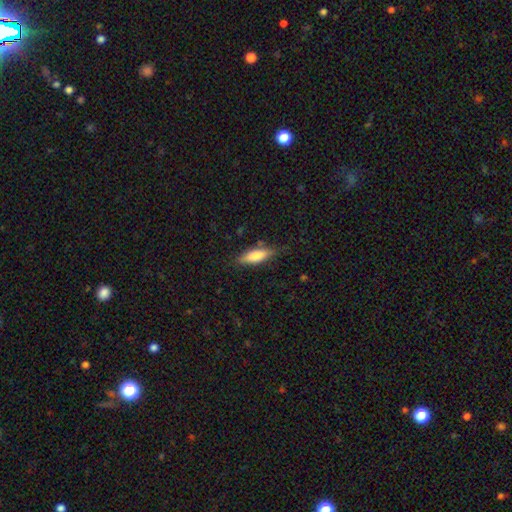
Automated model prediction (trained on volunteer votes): Smooth or featured? smooth (73%)
How rounded? in between (52%)
Merging? none (76%)